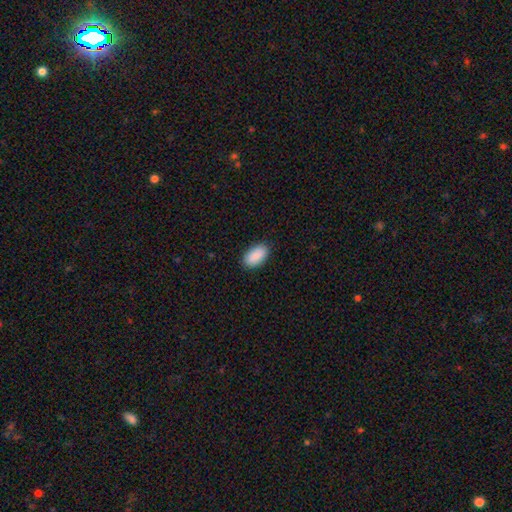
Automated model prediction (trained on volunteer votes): smooth_or_featured: smooth (p=0.91) [alt: star or artifact p=0.06]
how_rounded: in between (p=0.95) [alt: round p=0.03]
merging: none (p=0.89) [alt: minor disturbance p=0.09]